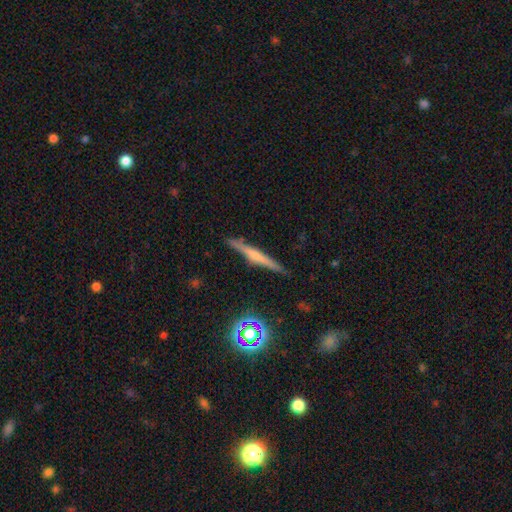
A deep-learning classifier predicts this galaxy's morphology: A featured or disk galaxy (57%) viewed edge-on (97%) with a rounded central bulge (49%).

Vote fractions:
- Smooth or featured? featured or disk: 57% / smooth: 33% / star or artifact: 10%
- Edge-on disk? yes: 97% / no: 3%
- Edge-on bulge? rounded: 49% / none: 32% / boxy: 19%
- Merging? none: 89% / minor disturbance: 8% / major disturbance: 2% / merger: 1%